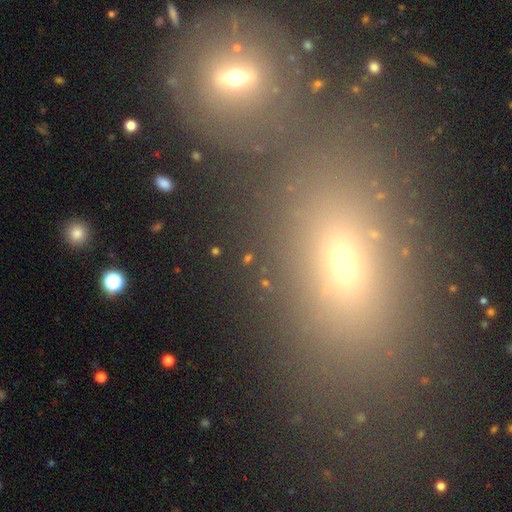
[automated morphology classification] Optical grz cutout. It shows a smooth galaxy with no disk features (56%) that is in between round and cigar-shaped (72%). Merging: none (51%).